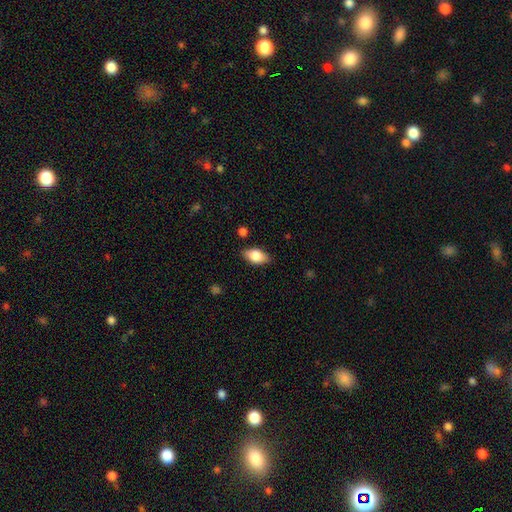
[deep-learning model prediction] This appears to be a smooth galaxy with no disk features (80%) that is in between round and cigar-shaped (90%). Merging: none (85%).